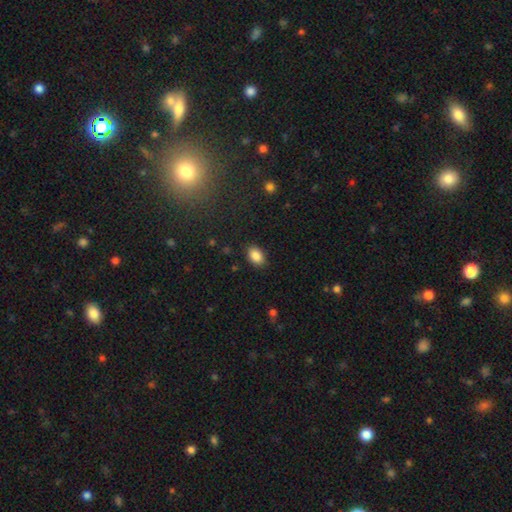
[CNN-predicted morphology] type=smooth (87%); roundness=in between (84%); merging=none (87%).